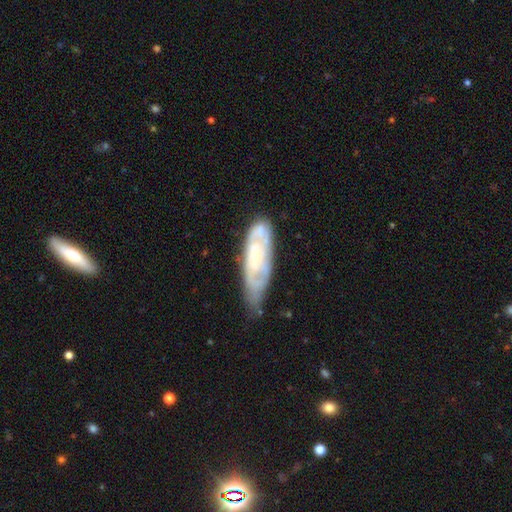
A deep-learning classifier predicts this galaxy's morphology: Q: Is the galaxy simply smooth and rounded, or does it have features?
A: featured or disk — 64%.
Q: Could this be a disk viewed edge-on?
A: no — 83%.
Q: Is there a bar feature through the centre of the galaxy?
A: no — 73%.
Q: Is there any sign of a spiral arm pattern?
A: yes — 69%.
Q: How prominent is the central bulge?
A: small — 61%.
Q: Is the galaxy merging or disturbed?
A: none — 51%.